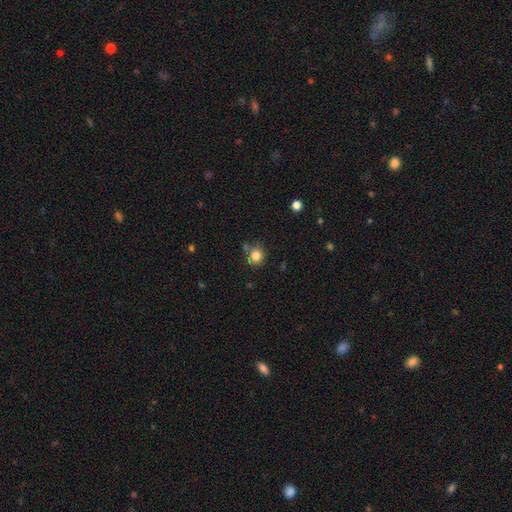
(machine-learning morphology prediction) smooth_or_featured: smooth (p=0.82) [alt: star or artifact p=0.12]
how_rounded: round (p=0.89) [alt: in between p=0.10]
merging: none (p=0.75) [alt: minor disturbance p=0.13]